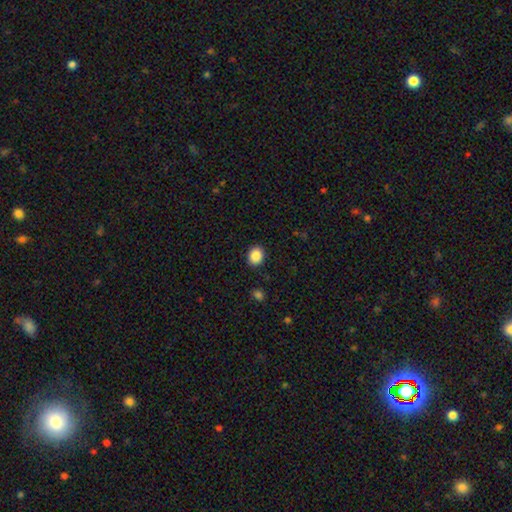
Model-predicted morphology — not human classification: A smooth galaxy with no disk features (87%) that is round (59%).

Vote fractions:
- Smooth or featured? smooth: 87% / star or artifact: 9% / featured or disk: 4%
- How rounded? round: 59% / in between: 40% / cigar-shaped: 1%
- Merging? none: 90% / minor disturbance: 7% / major disturbance: 2% / merger: 1%